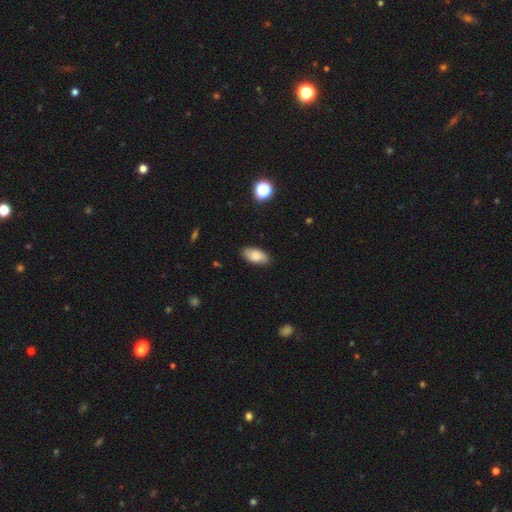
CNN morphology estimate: type=smooth (81%); roundness=in between (93%); merging=none (85%).